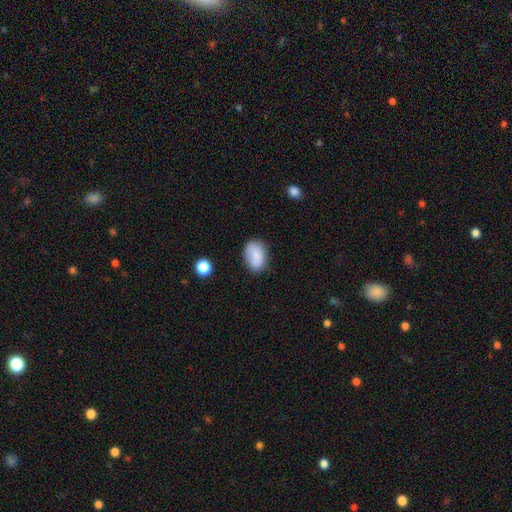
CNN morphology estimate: Smooth or featured: smooth — 86% (star or artifact — 8%)
How rounded: in between — 85% (round — 14%)
Merging: none — 76% (minor disturbance — 18%)